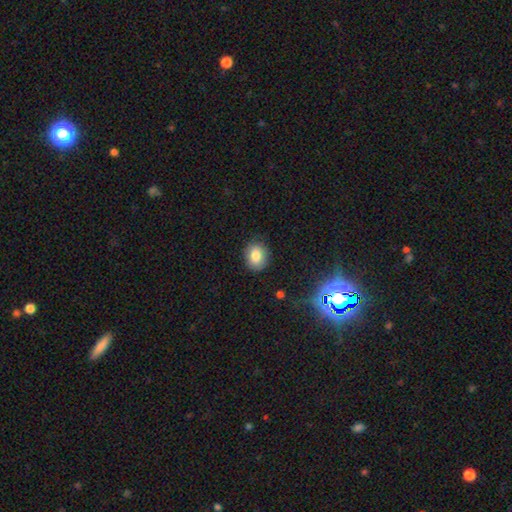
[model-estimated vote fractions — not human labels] A smooth galaxy with no disk features (81%) that is round (59%). Merging: none (86%).